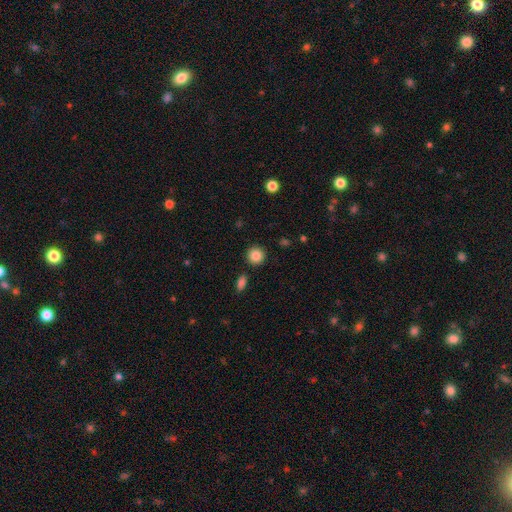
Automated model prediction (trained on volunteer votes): This appears to be a smooth galaxy with no disk features (87%) that is round (93%). Merging: none (90%).